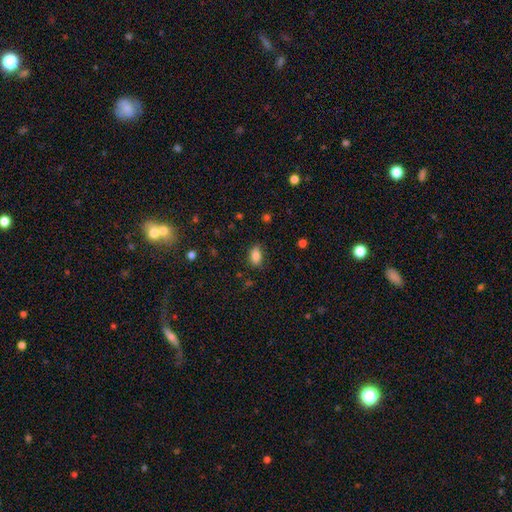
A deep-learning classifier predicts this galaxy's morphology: Smooth or featured? Predicted: smooth (p=0.84). How rounded? Predicted: in between (p=0.89). Merging? Predicted: none (p=0.83).